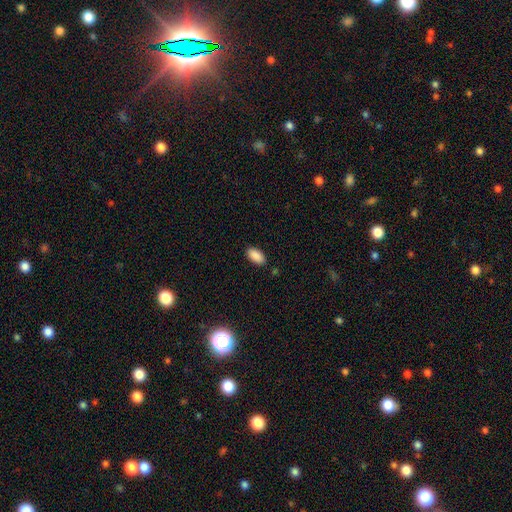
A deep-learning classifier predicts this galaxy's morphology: Smooth or featured? Predicted: smooth (p=0.90). How rounded? Predicted: in between (p=0.94). Merging? Predicted: none (p=0.88).